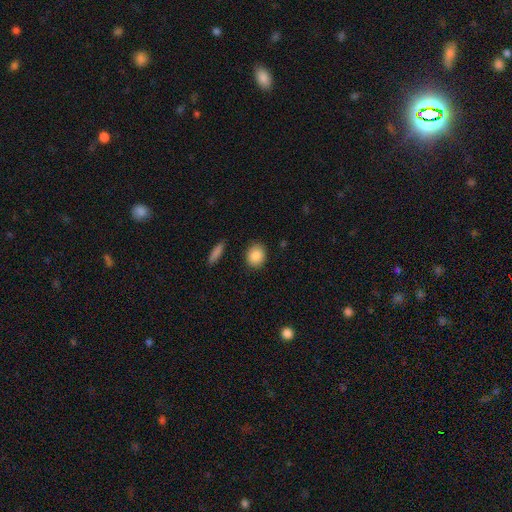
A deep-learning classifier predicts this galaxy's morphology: smooth 88%, star or artifact 7%, featured or disk 5%. Down the decision tree: how rounded — round (64%); merging — none (88%).